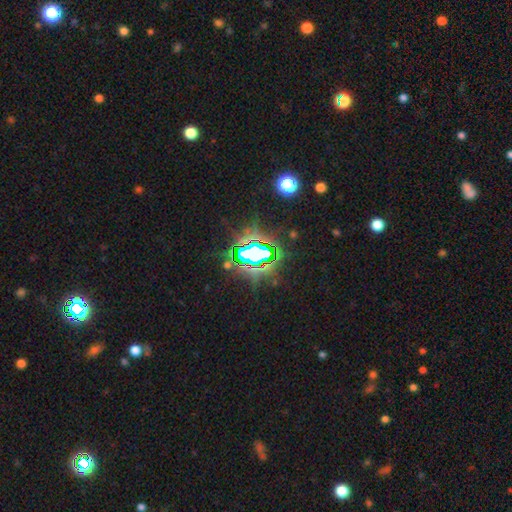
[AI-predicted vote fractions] Morphology: type=star or artifact (77%).